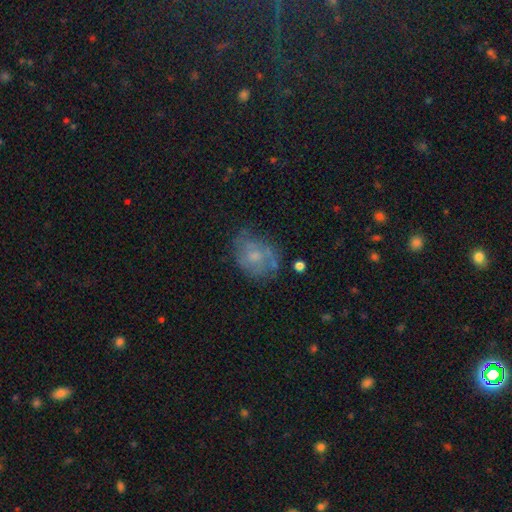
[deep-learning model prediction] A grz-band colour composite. It shows a featured or disk galaxy (46%). Merging: none (55%).